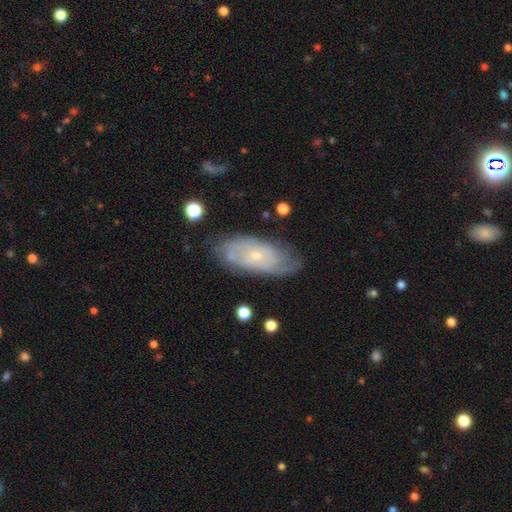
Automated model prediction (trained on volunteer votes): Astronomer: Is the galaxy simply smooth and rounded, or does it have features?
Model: featured or disk — 73%.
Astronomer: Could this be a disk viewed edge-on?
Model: no — 91%.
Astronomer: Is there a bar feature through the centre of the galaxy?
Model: no — 79%.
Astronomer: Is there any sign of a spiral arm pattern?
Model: yes — 86%.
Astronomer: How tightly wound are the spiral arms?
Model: tight — 63%.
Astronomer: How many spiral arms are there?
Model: can't tell — 50% (runner-up: 2, 26%).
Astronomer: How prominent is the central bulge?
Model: small — 75%.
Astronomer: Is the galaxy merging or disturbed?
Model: none — 73%.